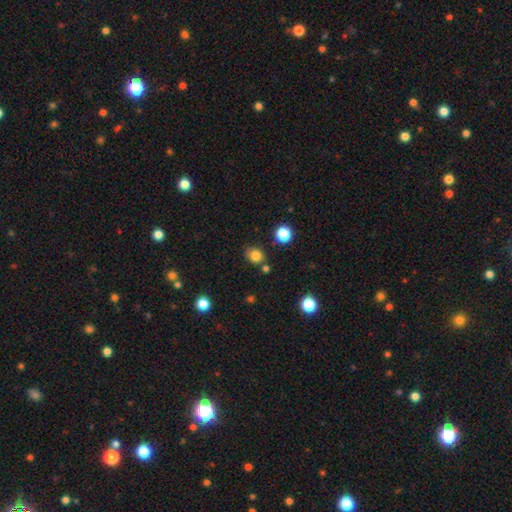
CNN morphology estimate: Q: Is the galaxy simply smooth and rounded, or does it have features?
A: smooth — 82%.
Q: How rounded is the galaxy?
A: round — 64%.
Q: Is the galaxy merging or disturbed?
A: none — 74%.